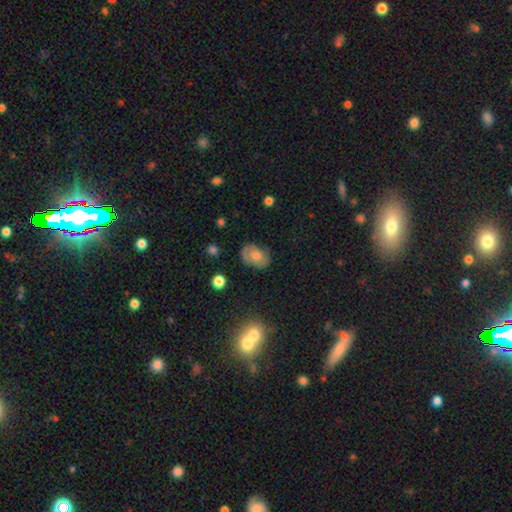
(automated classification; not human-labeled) Q: Smooth or featured?
A: smooth (54%); runner-up: featured or disk (37%)
Q: How rounded?
A: in between (78%); runner-up: round (21%)
Q: Merging?
A: none (70%); runner-up: minor disturbance (21%)